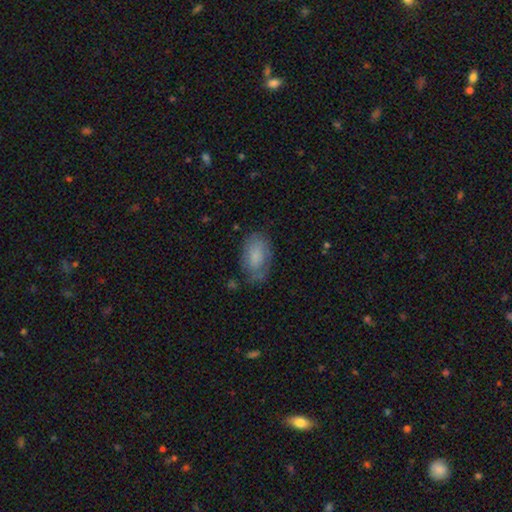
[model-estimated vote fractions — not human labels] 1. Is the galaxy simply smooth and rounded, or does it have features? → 73% smooth, 20% featured or disk, 7% star or artifact.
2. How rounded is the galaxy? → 92% in between, 6% round, 2% cigar-shaped.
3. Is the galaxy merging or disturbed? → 63% none, 26% minor disturbance, 9% major disturbance, 2% merger.